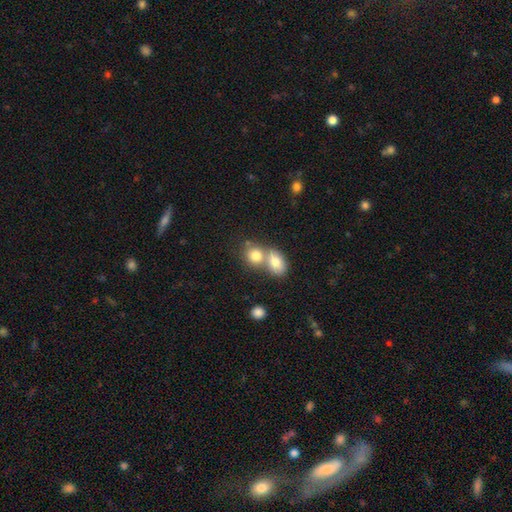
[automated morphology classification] Smooth or featured?
  - smooth: 79% *
  - featured or disk: 11%
  - star or artifact: 9%
How rounded?
  - round: 62% *
  - in between: 37%
  - cigar-shaped: 1%
Merging?
  - merger: 61% *
  - none: 31%
  - minor disturbance: 6%
  - major disturbance: 3%